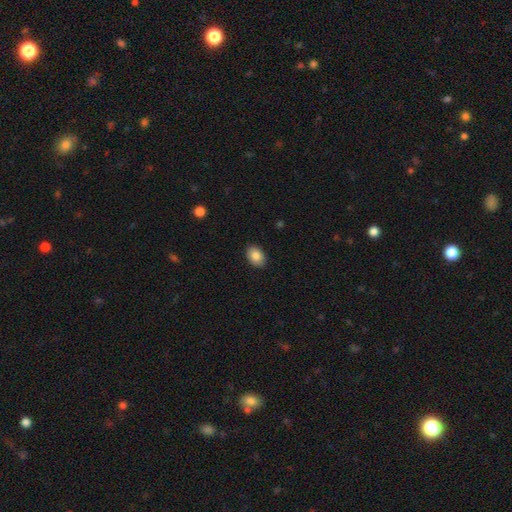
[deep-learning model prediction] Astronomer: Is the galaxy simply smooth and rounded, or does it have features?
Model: smooth — 86%.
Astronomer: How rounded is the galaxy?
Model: in between — 82%.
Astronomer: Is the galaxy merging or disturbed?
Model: none — 90%.